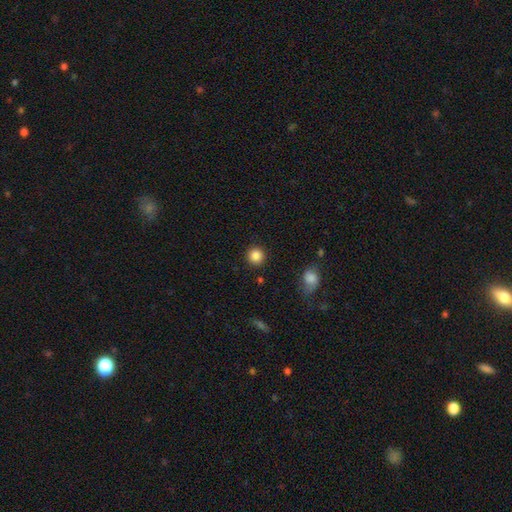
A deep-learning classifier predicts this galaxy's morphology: Overall: smooth (86%). How rounded: round (94%). Merging: none (90%).